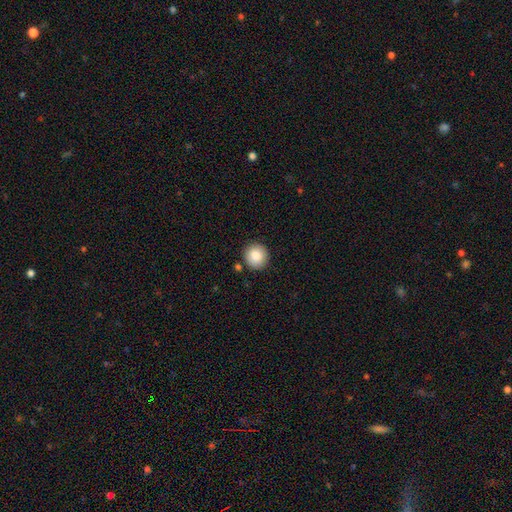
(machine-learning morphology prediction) Q: Smooth or featured?
A: smooth (85%); runner-up: star or artifact (8%)
Q: How rounded?
A: round (93%); runner-up: in between (6%)
Q: Merging?
A: none (88%); runner-up: minor disturbance (7%)